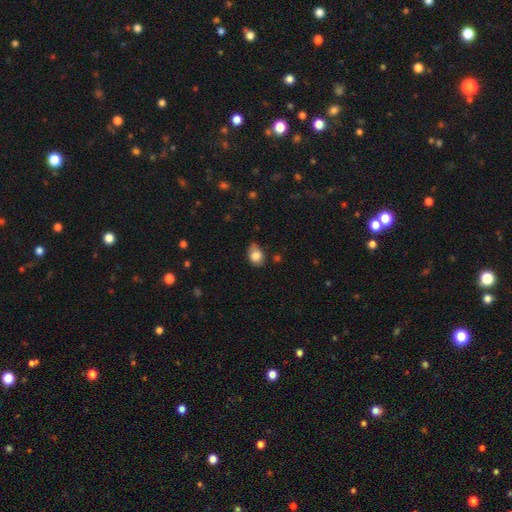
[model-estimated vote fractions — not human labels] Smooth or featured?
  - smooth: 81% *
  - featured or disk: 11%
  - star or artifact: 8%
How rounded?
  - in between: 73% *
  - round: 26%
  - cigar-shaped: 1%
Merging?
  - none: 56% *
  - minor disturbance: 35%
  - major disturbance: 7%
  - merger: 3%